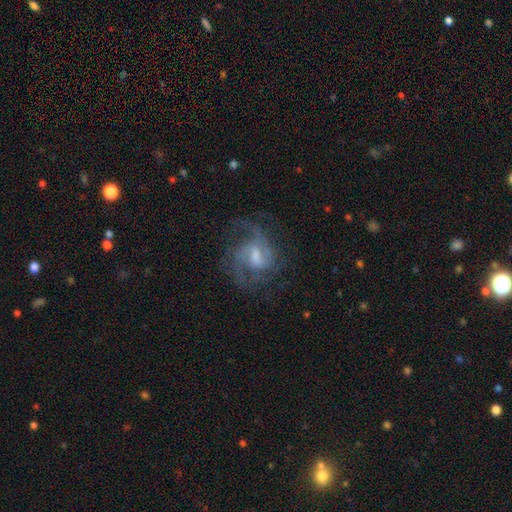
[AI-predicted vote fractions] smooth-or-featured: featured or disk: 86% | smooth: 8% | star or artifact: 7%
  disk-edge-on: no: 97% | yes: 3%
    bar: weak: 59% | no: 24% | strong: 17%
    has-spiral-arms: yes: 96% | no: 4%
      spiral-winding: medium: 53% | tight: 28% | loose: 19%
      spiral-arm-count: 2: 43% | 3: 27% | can't tell: 15% | 4: 6% | 1: 5% | more than 4: 4%
    bulge-size: moderate: 42% | small: 38% | none: 13% | large: 6% | dominant: 1%
  merging: none: 65% | minor disturbance: 18% | major disturbance: 16% | merger: 1%